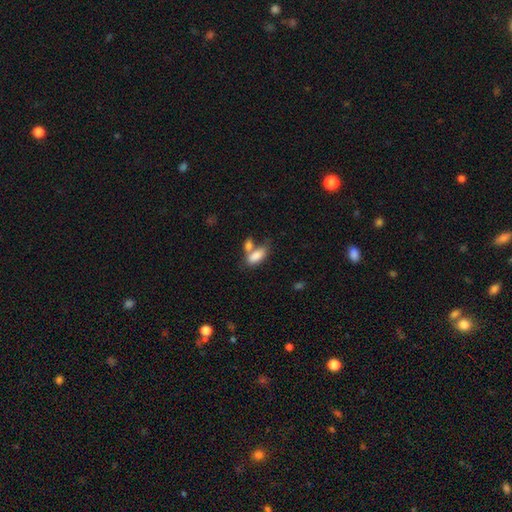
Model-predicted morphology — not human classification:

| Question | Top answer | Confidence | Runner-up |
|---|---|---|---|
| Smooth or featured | smooth | 83% | featured or disk (10%) |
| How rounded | in between | 87% | cigar-shaped (9%) |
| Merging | merger | 47% | none (34%) |